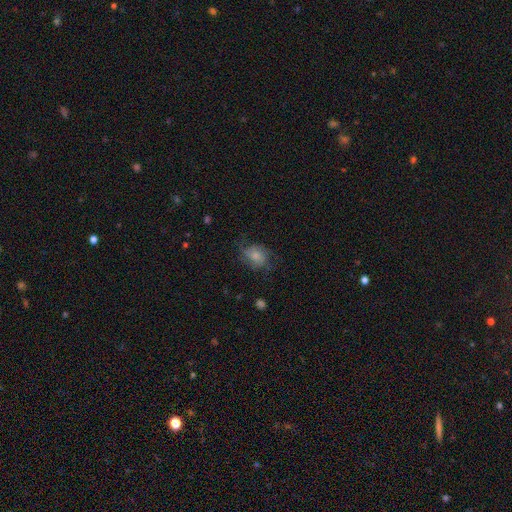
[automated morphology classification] This appears to be a smooth galaxy with no disk features (49%). Merging: none (55%).